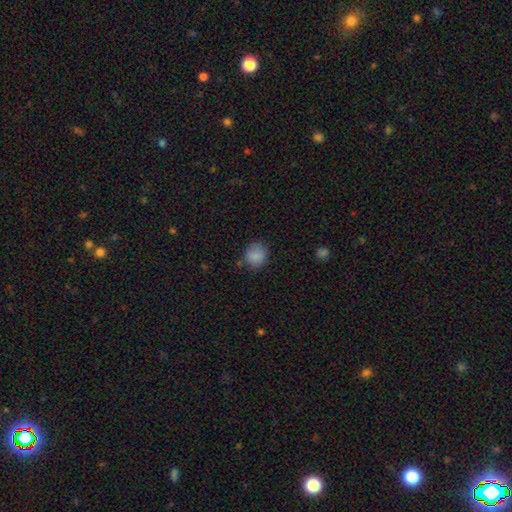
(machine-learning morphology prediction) smooth-or-featured: smooth: 86% | star or artifact: 10% | featured or disk: 5%
  how-rounded: round: 78% | in between: 21% | cigar-shaped: 1%
  merging: none: 79% | minor disturbance: 15% | major disturbance: 4% | merger: 2%